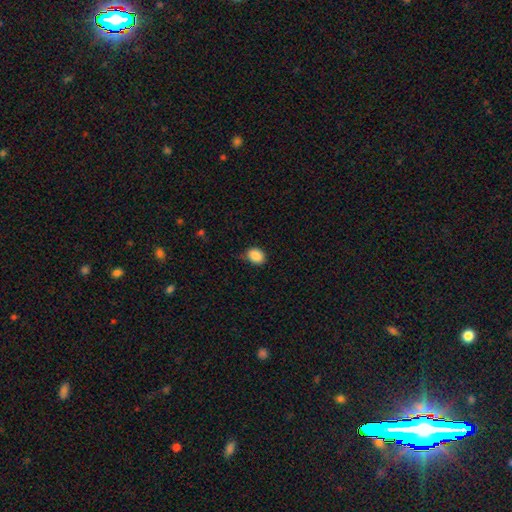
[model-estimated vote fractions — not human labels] Overall: smooth (88%). How rounded: in between (59%; round 40%). Merging: none (73%).